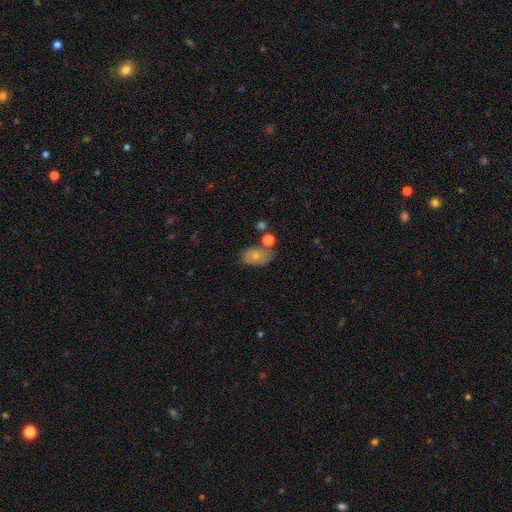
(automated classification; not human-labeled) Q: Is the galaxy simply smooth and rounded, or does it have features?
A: smooth — 69%.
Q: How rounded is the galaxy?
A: in between — 81%.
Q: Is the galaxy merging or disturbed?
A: none — 57%.